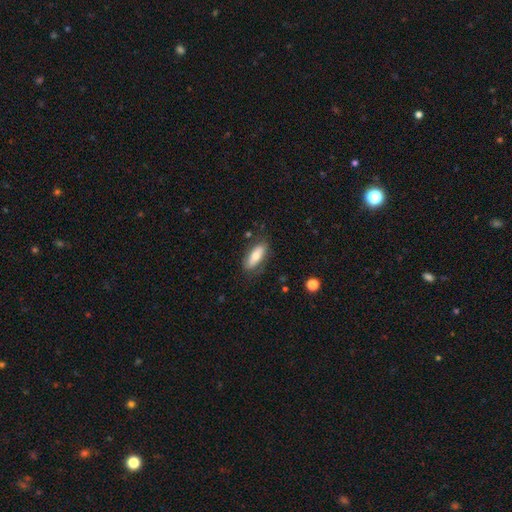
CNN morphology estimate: type=smooth (68%); roundness=in between (71%); merging=none (78%).